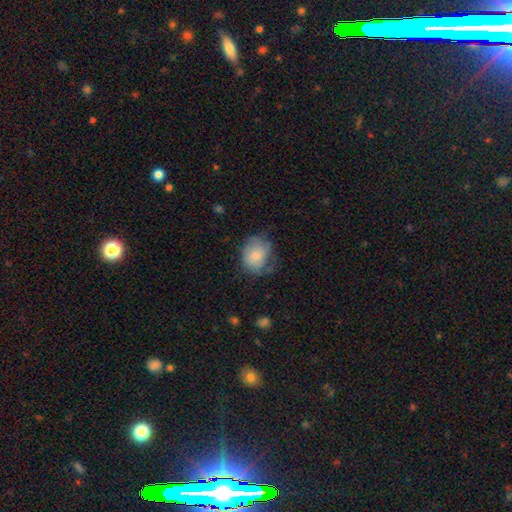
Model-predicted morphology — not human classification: Smooth or featured: smooth — 74% (featured or disk — 18%)
How rounded: round — 53% (in between — 46%)
Merging: none — 48% (minor disturbance — 32%)